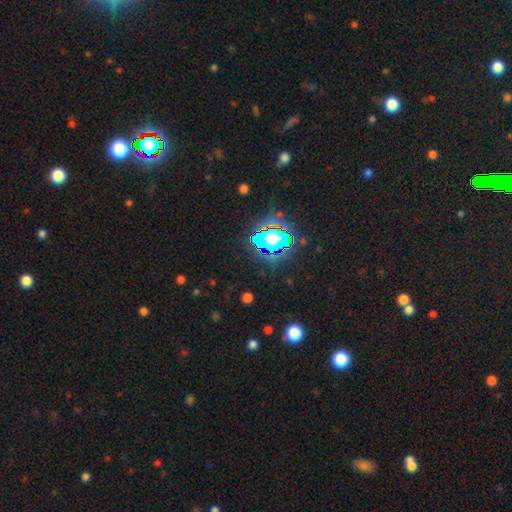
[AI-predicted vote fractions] The model was most divided on "smooth or featured": star or artifact: 83%, smooth: 10%, featured or disk: 7%.